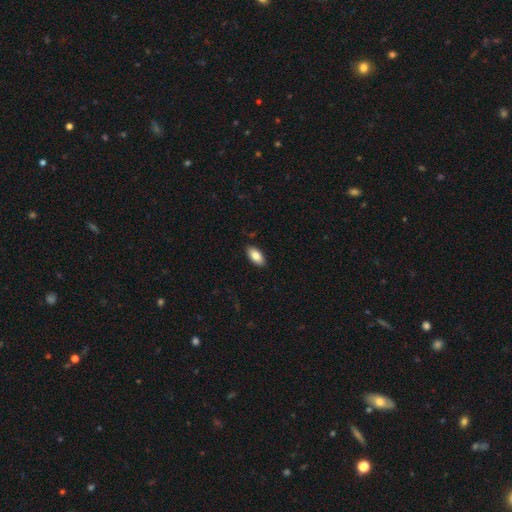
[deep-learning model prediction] Overall: smooth (85%). How rounded: in between (93%). Merging: none (88%).